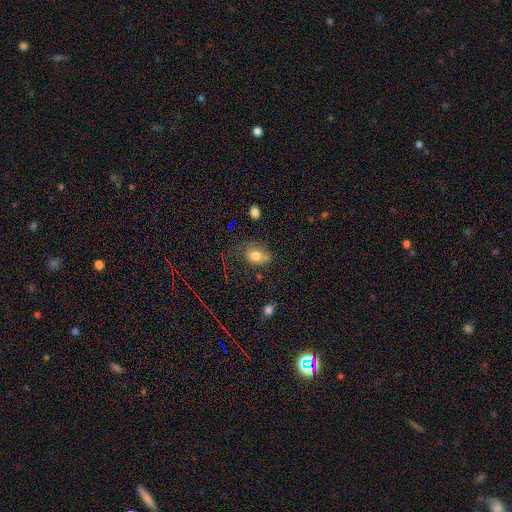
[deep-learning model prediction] smooth-or-featured: smooth: 76% | featured or disk: 14% | star or artifact: 11%
  how-rounded: in between: 73% | round: 25% | cigar-shaped: 2%
  merging: none: 44% | minor disturbance: 28% | major disturbance: 20% | merger: 8%